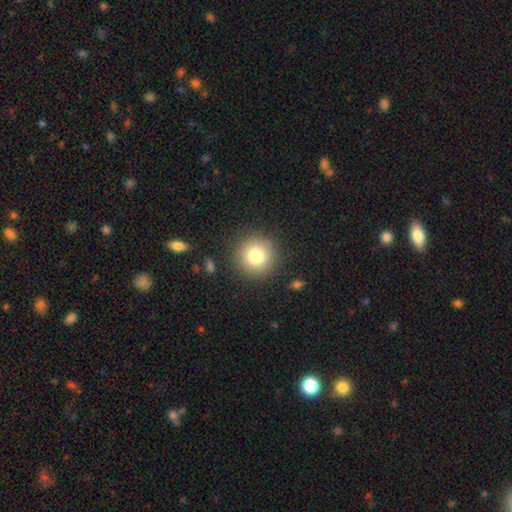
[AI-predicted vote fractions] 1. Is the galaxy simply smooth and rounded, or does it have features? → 79% smooth, 11% star or artifact, 10% featured or disk.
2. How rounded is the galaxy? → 95% round, 4% in between, 1% cigar-shaped.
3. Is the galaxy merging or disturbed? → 89% none, 7% minor disturbance, 3% major disturbance, 1% merger.